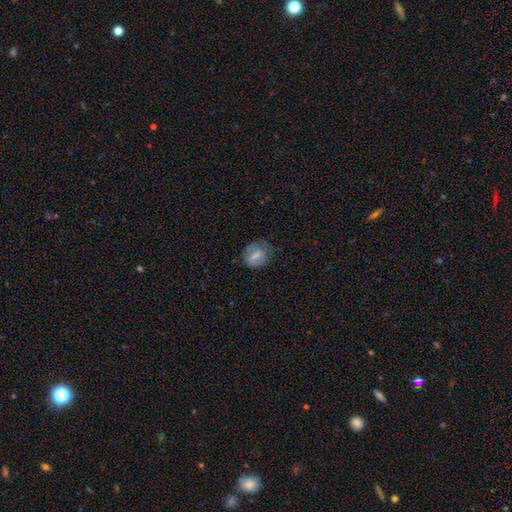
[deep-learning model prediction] smooth-or-featured: smooth: 63% | featured or disk: 29% | star or artifact: 8%
  how-rounded: round: 55% | in between: 43% | cigar-shaped: 2%
  merging: none: 61% | minor disturbance: 27% | major disturbance: 11% | merger: 1%